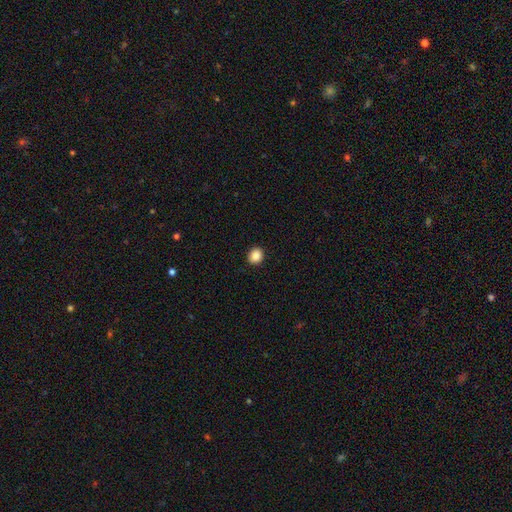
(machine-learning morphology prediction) The model was most divided on "how rounded": round: 80%, in between: 19%, cigar-shaped: 1%. More confident: merging — none (92%); smooth or featured — smooth (88%).